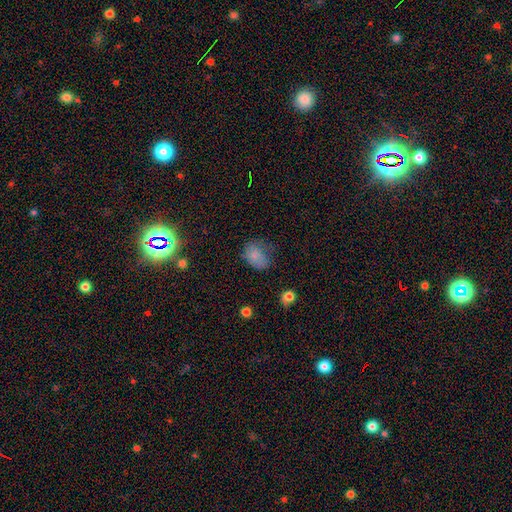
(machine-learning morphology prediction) Q: Smooth or featured?
A: smooth (76%); runner-up: featured or disk (13%)
Q: How rounded?
A: in between (64%); runner-up: round (34%)
Q: Merging?
A: none (42%); runner-up: minor disturbance (34%)